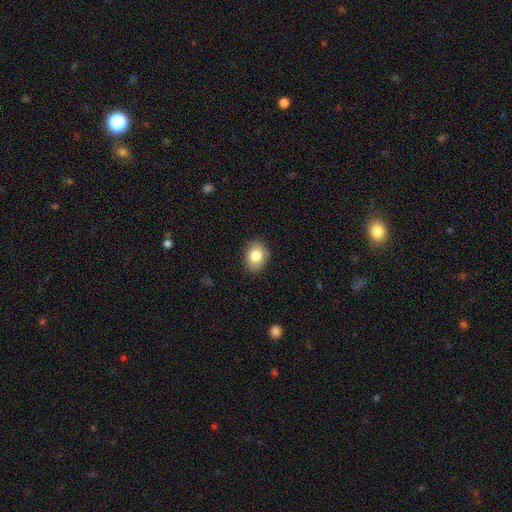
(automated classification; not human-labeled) A smooth galaxy with no disk features (81%) that is in between round and cigar-shaped (64%). Merging: none (84%).